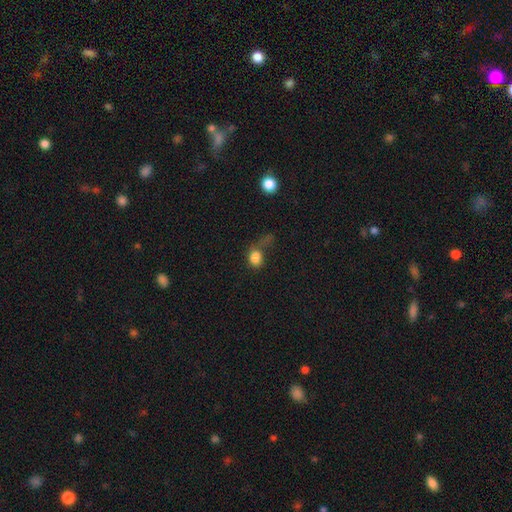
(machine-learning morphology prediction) type=smooth (79%); roundness=in between (53%); merging=major disturbance (37%).